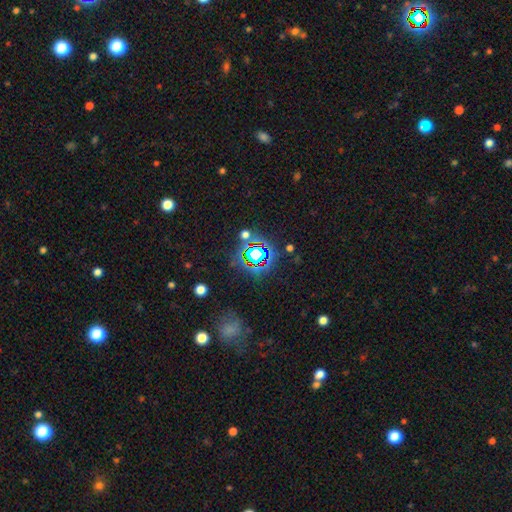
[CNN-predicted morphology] Q: Smooth or featured?
A: star or artifact (68%); runner-up: smooth (20%)